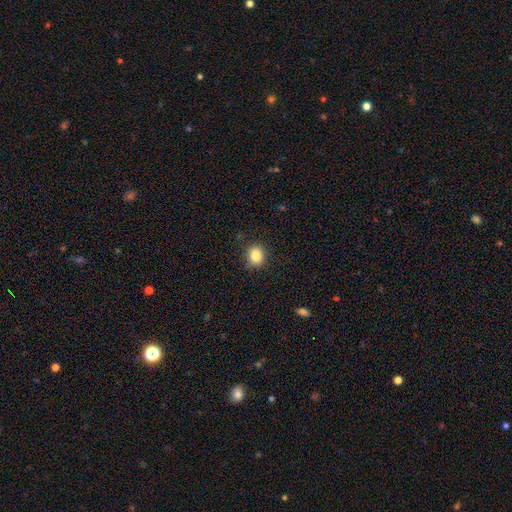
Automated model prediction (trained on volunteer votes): Smooth or featured? smooth (85%)
How rounded? round (68%)
Merging? none (85%)